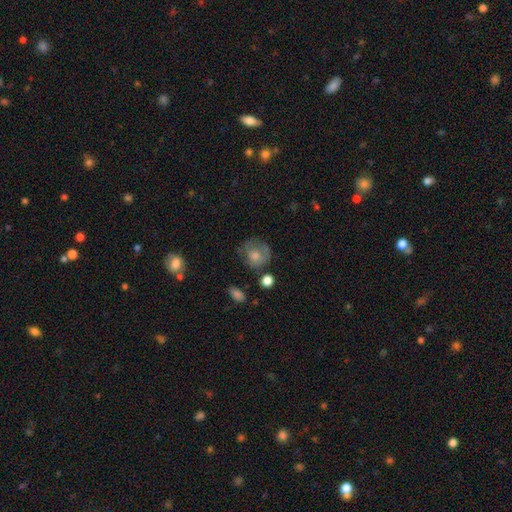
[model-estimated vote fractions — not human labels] This is likely a smooth galaxy (65%). How rounded: likely round (77%). Merging: possibly none (54%).